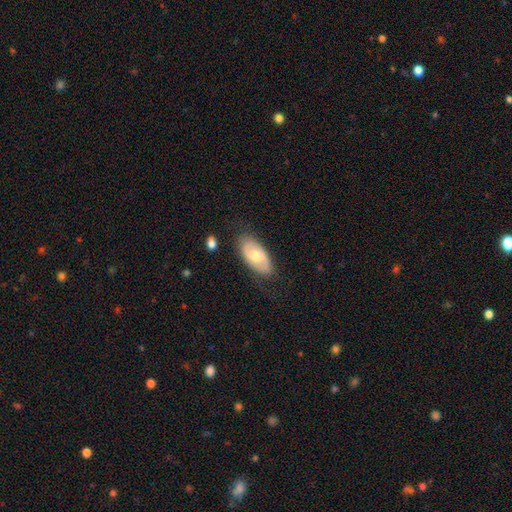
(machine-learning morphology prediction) The model was most divided on "smooth or featured": smooth: 53%, featured or disk: 42%, star or artifact: 6%. More confident: how rounded — in between (93%); merging — none (78%).